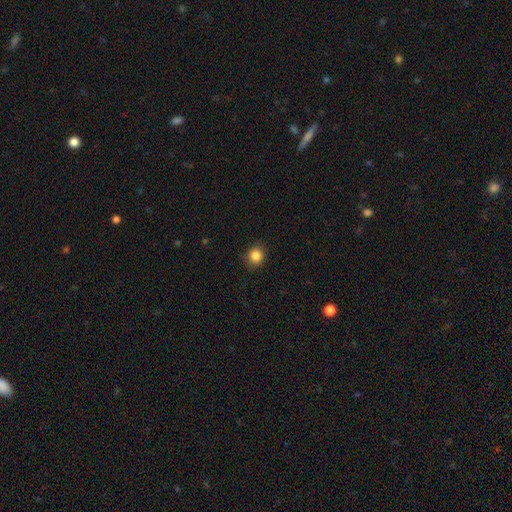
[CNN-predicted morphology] This is clearly a smooth galaxy (85%). How rounded: clearly round (81%). Merging: clearly none (85%).